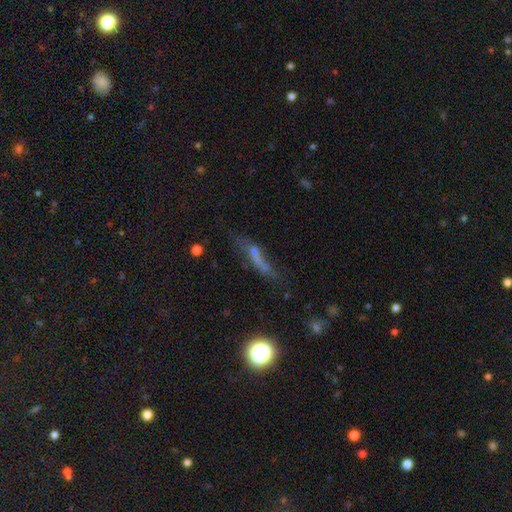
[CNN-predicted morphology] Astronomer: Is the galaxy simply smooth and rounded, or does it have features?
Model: featured or disk — 38% (runner-up: smooth, 34%).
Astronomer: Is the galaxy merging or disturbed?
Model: none — 58%.